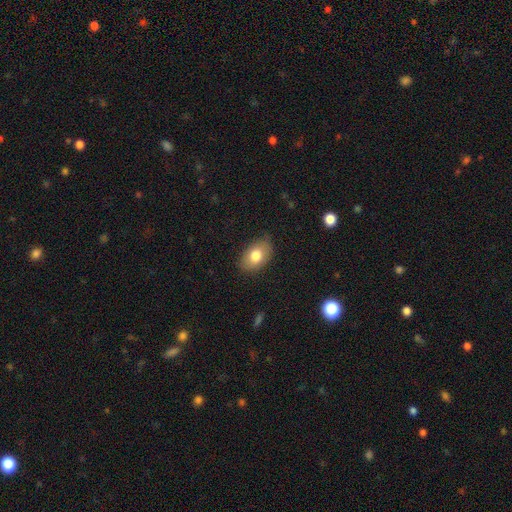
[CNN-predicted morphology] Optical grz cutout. It shows a smooth galaxy with no disk features (78%) that is in between round and cigar-shaped (88%). Merging: none (82%).